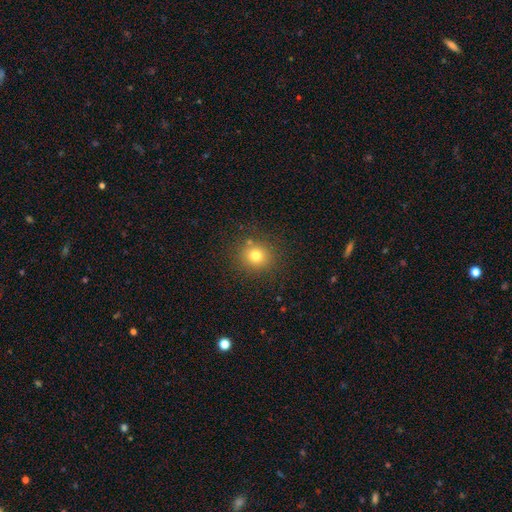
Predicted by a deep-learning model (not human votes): Smooth or featured?
  - smooth: 76% *
  - star or artifact: 16%
  - featured or disk: 8%
How rounded?
  - round: 89% *
  - in between: 10%
  - cigar-shaped: 1%
Merging?
  - none: 85% *
  - minor disturbance: 8%
  - merger: 4%
  - major disturbance: 3%